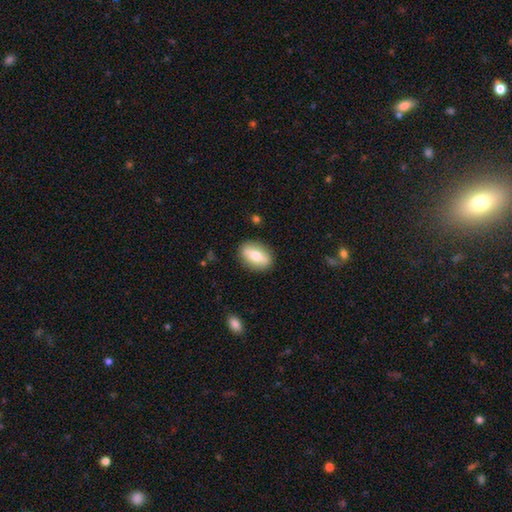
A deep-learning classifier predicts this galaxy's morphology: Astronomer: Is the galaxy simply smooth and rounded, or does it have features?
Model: smooth — 60%.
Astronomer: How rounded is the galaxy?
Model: in between — 82%.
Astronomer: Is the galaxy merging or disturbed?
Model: none — 87%.